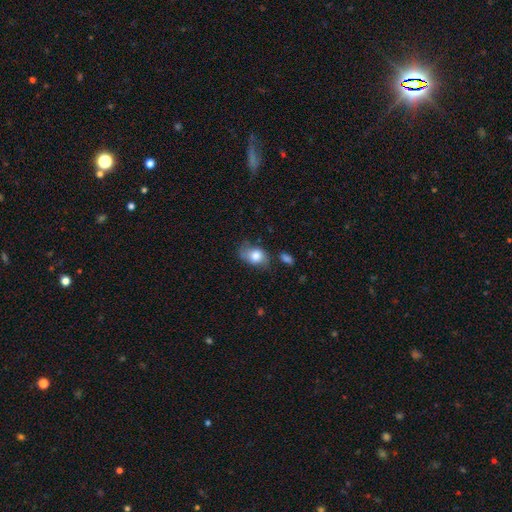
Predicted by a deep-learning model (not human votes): Q: Smooth or featured?
A: smooth (75%); runner-up: featured or disk (17%)
Q: How rounded?
A: in between (79%); runner-up: round (20%)
Q: Merging?
A: none (51%); runner-up: minor disturbance (32%)